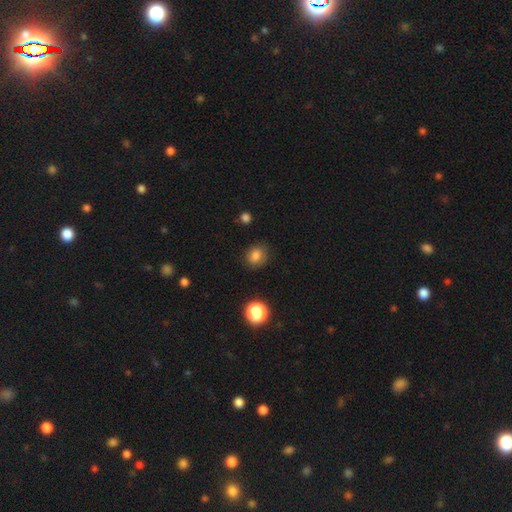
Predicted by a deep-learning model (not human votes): Smooth or featured? smooth (80%)
How rounded? round (67%)
Merging? none (79%)